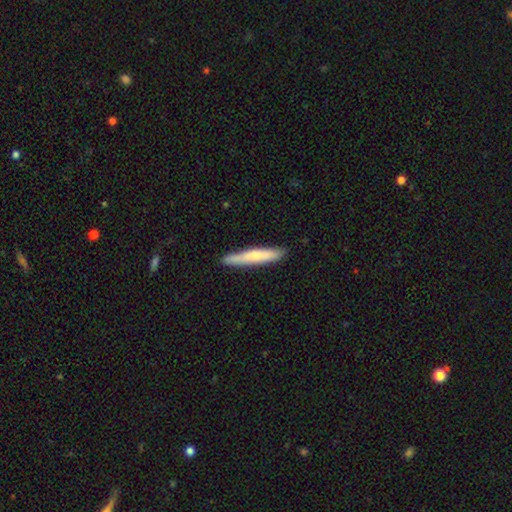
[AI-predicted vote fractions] A smooth galaxy with no disk features (69%) that is cigar-shaped (93%).

Vote fractions:
- Smooth or featured? smooth: 69% / featured or disk: 26% / star or artifact: 5%
- How rounded? cigar-shaped: 93% / in between: 5% / round: 1%
- Merging? none: 86% / minor disturbance: 11% / major disturbance: 2% / merger: 1%